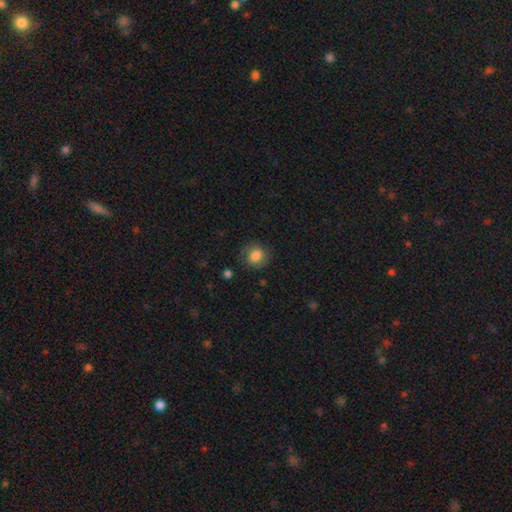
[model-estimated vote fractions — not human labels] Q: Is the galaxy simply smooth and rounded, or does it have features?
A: smooth — 82%.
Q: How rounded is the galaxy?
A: round — 78%.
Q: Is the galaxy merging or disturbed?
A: none — 77%.